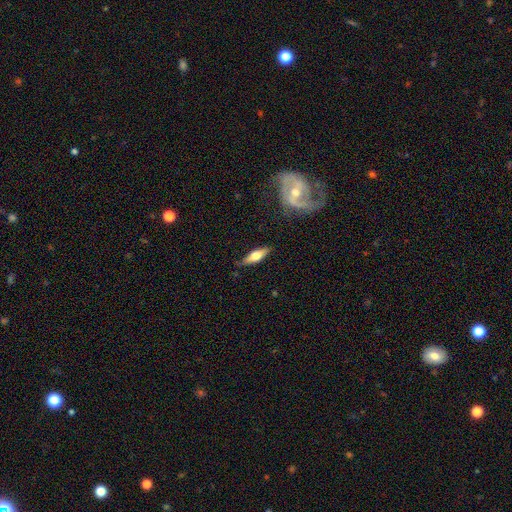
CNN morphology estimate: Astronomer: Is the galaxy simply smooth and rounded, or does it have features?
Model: featured or disk — 48% (runner-up: smooth, 46%).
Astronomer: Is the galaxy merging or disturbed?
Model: none — 80%.